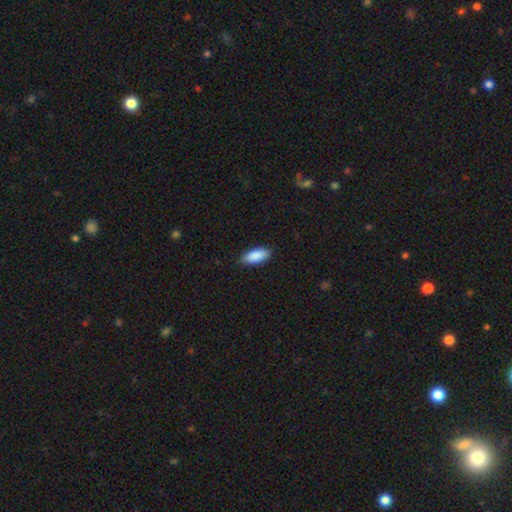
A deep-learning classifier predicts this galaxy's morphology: smooth 89%, star or artifact 6%, featured or disk 5%. Down the decision tree: how rounded — in between (83%); merging — none (86%).